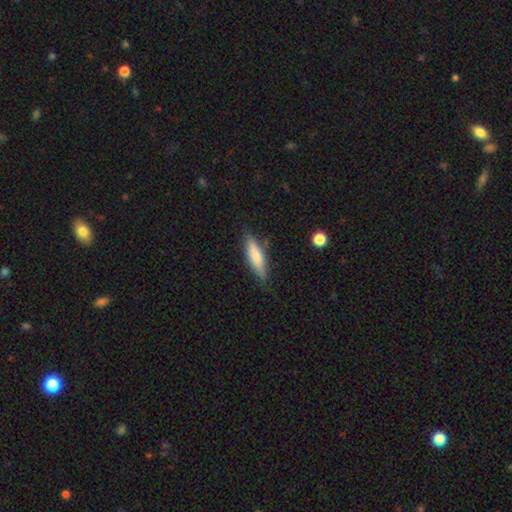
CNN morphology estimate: smooth 69%, featured or disk 25%, star or artifact 6%. Down the decision tree: how rounded — cigar-shaped (67%); merging — none (80%).